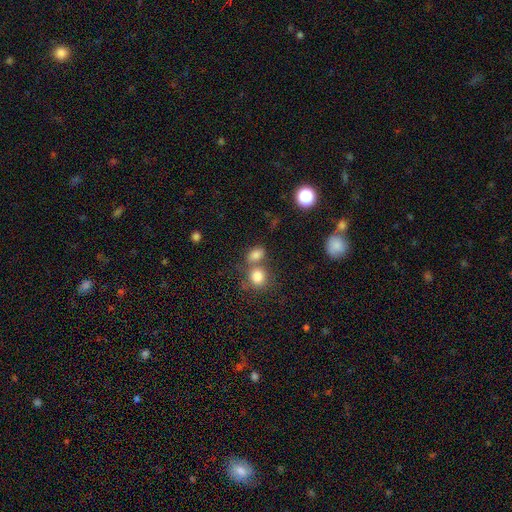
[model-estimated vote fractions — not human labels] smooth 77%, star or artifact 15%, featured or disk 8%. Down the decision tree: how rounded — round (49%, tied with in between); merging — none (47%).